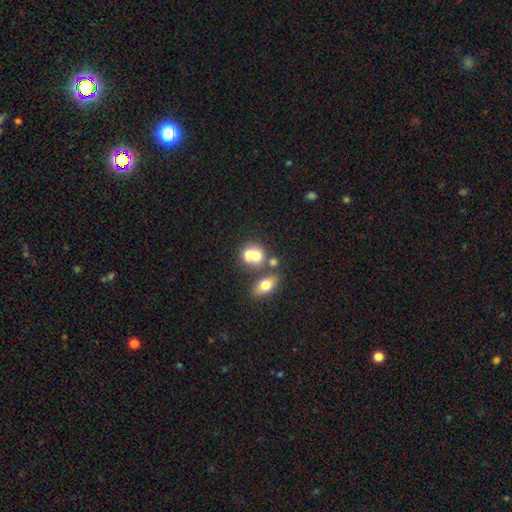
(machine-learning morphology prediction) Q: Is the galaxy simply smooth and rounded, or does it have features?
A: smooth — 63%.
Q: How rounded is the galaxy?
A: round — 66%.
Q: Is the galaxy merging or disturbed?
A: merger — 55%.